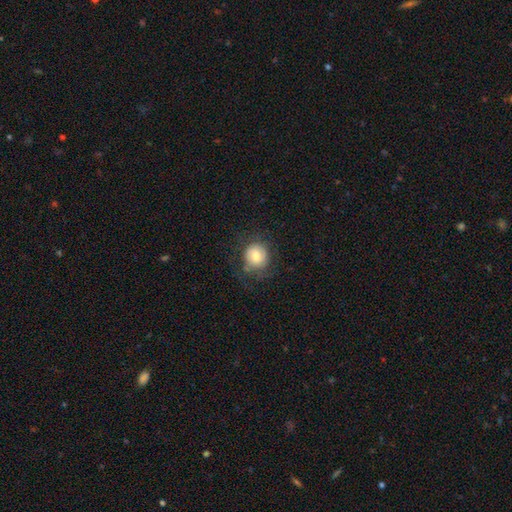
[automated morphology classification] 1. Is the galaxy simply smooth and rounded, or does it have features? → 67% smooth, 24% featured or disk, 9% star or artifact.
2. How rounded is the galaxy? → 84% round, 15% in between, 1% cigar-shaped.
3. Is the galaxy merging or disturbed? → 67% none, 19% minor disturbance, 13% major disturbance, 1% merger.